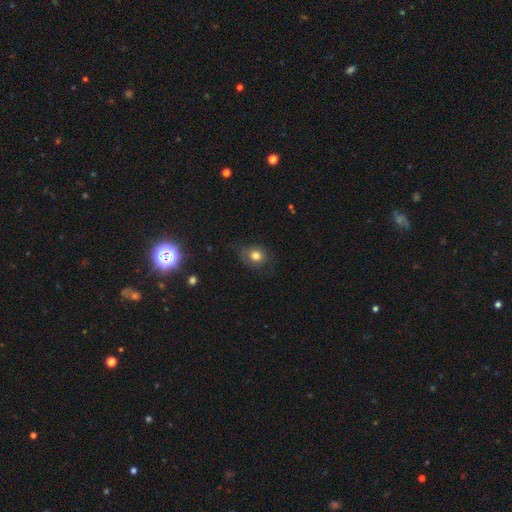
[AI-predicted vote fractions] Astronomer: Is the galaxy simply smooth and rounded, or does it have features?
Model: smooth — 77%.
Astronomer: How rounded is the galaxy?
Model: round — 66%.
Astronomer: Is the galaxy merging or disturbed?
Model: none — 68%.